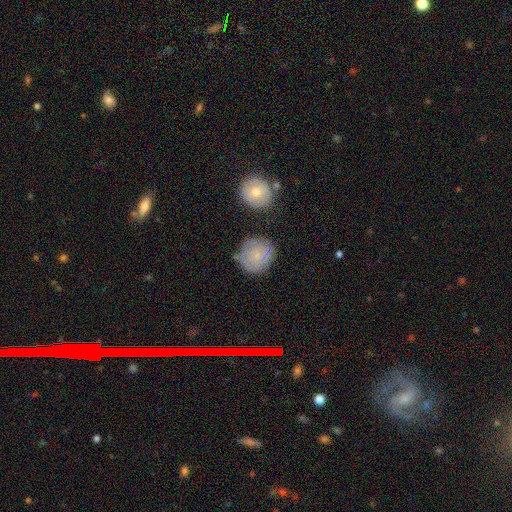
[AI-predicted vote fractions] smooth-or-featured: smooth: 54% | featured or disk: 38% | star or artifact: 8%
  how-rounded: round: 87% | in between: 12% | cigar-shaped: 1%
  merging: none: 68% | minor disturbance: 20% | major disturbance: 7% | merger: 5%